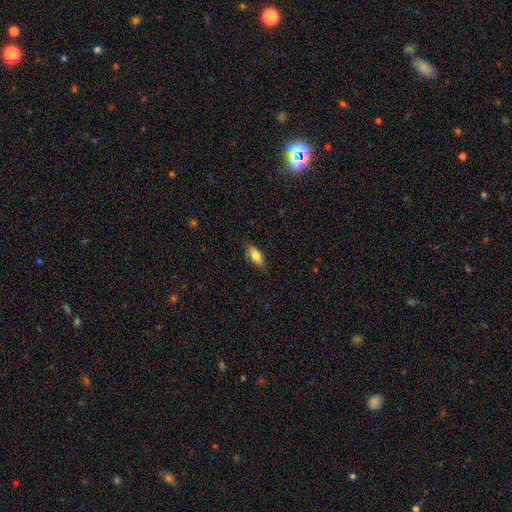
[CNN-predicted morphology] smooth 76%, featured or disk 17%, star or artifact 7%. Down the decision tree: how rounded — in between (83%); merging — none (75%).